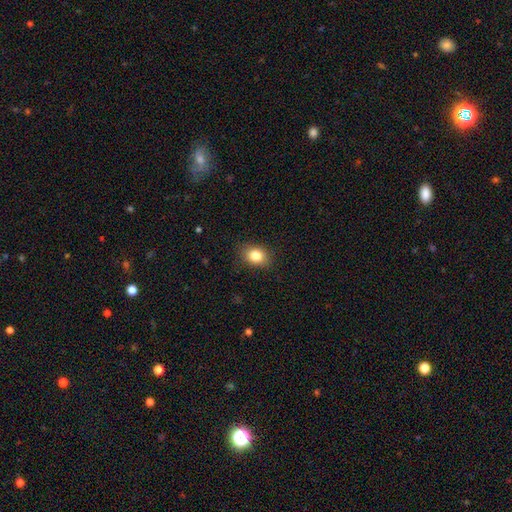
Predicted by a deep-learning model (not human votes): Morphology: type=smooth (83%); roundness=in between (58%); merging=none (86%).